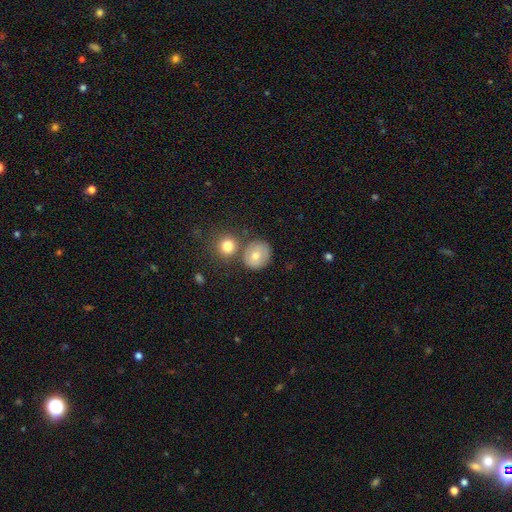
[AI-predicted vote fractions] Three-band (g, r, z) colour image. It shows a smooth galaxy with no disk features (71%) that is round (82%). Merging: none (66%).